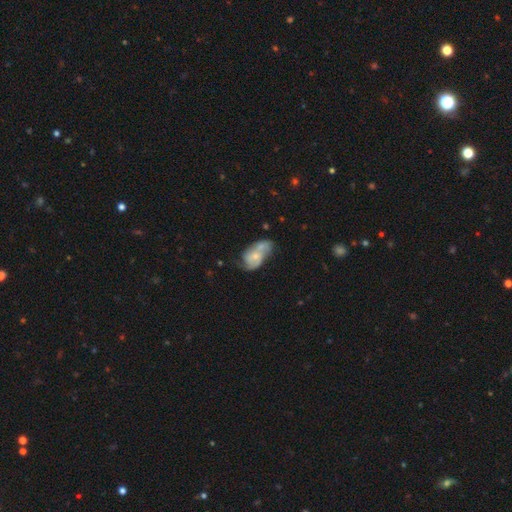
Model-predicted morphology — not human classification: This appears to be a featured or disk galaxy (58%) with no bar (71%), spiral arms (72%) and a small central bulge (57%). Merging: merger (33%).